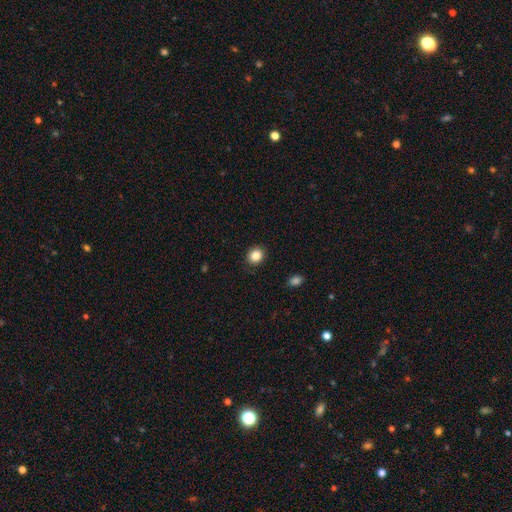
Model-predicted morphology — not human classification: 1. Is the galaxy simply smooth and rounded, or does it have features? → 86% smooth, 10% star or artifact, 4% featured or disk.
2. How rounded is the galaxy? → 67% round, 32% in between, 1% cigar-shaped.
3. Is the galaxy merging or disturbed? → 89% none, 8% minor disturbance, 2% major disturbance, 1% merger.